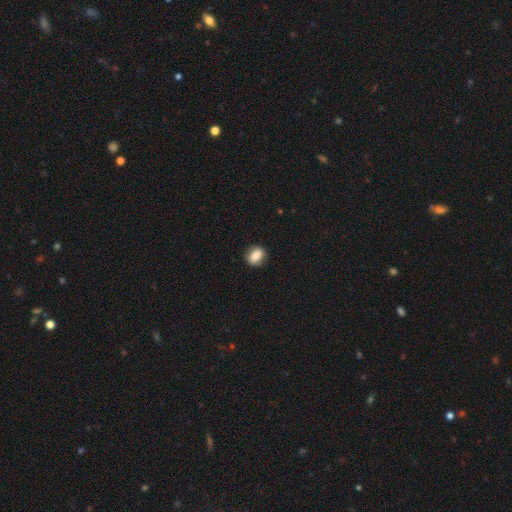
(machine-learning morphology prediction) The model was most divided on "how rounded": in between: 60%, round: 38%, cigar-shaped: 2%. More confident: merging — none (88%); smooth or featured — smooth (82%).